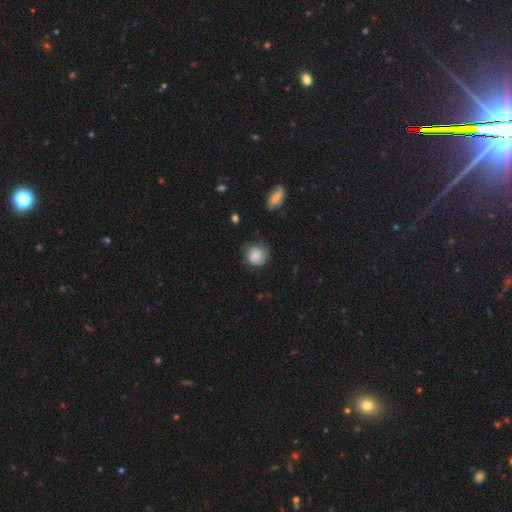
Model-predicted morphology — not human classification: A smooth galaxy with no disk features (63%) that is round (84%).

Vote fractions:
- Smooth or featured? smooth: 63% / featured or disk: 29% / star or artifact: 8%
- How rounded? round: 84% / in between: 15% / cigar-shaped: 1%
- Merging? none: 69% / minor disturbance: 21% / major disturbance: 8% / merger: 2%